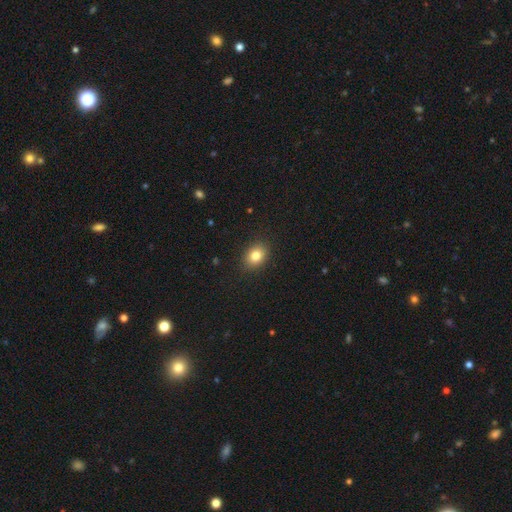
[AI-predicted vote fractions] Q: Smooth or featured?
A: smooth (82%); runner-up: star or artifact (10%)
Q: How rounded?
A: in between (58%); runner-up: round (41%)
Q: Merging?
A: none (89%); runner-up: minor disturbance (8%)